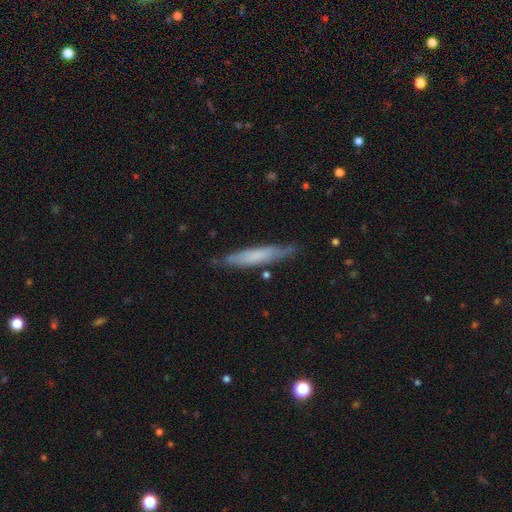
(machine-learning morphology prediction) Smooth or featured? Predicted: smooth (p=0.63). How rounded? Predicted: cigar-shaped (p=0.89). Merging? Predicted: none (p=0.76).